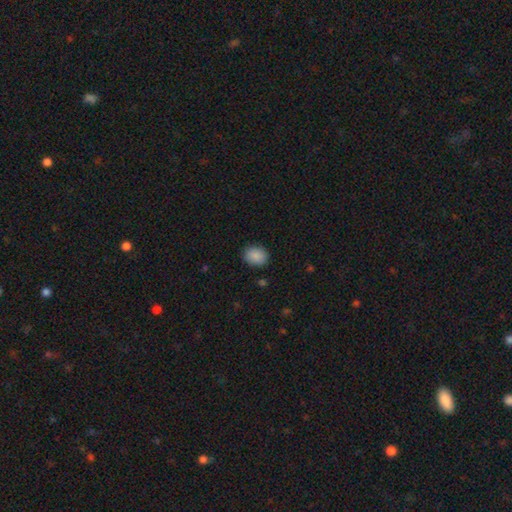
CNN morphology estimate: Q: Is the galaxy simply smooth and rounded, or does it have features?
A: smooth — 89%.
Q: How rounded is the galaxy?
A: in between — 54%.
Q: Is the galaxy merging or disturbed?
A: none — 87%.